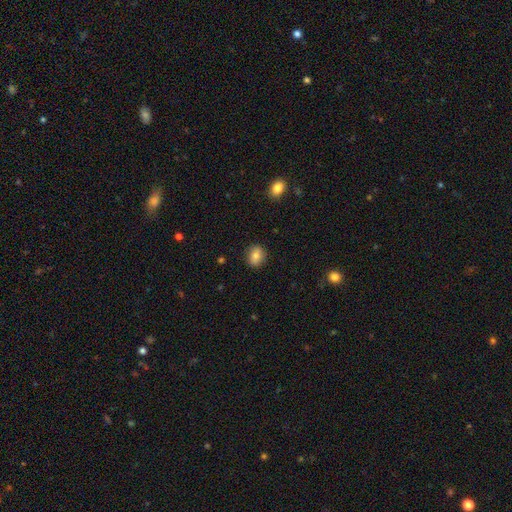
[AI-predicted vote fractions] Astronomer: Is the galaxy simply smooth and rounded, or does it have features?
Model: smooth — 79%.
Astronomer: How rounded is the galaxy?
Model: round — 57% (runner-up: in between, 42%).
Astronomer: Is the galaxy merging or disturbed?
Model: none — 87%.